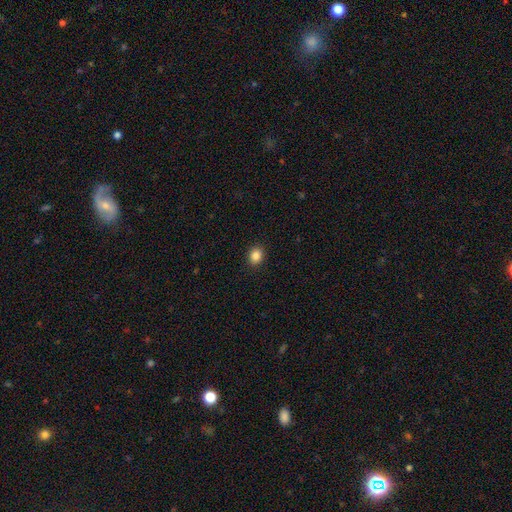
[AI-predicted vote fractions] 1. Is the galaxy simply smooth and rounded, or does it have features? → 86% smooth, 10% star or artifact, 4% featured or disk.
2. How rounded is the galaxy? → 57% round, 42% in between, 1% cigar-shaped.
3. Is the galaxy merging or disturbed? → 91% none, 6% minor disturbance, 2% major disturbance, 1% merger.